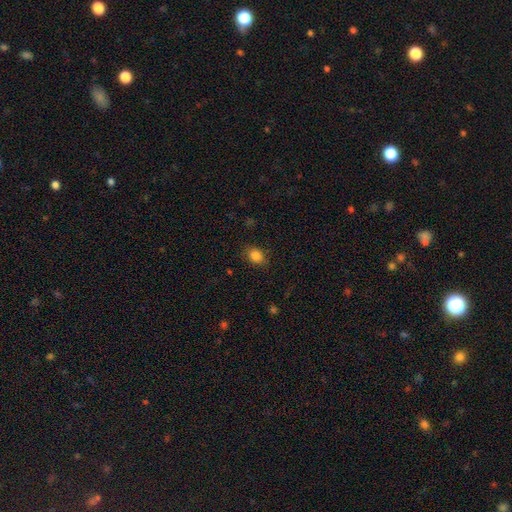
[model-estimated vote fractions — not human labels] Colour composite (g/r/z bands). It shows a smooth galaxy with no disk features (85%) that is in between round and cigar-shaped (57%). Merging: none (83%).